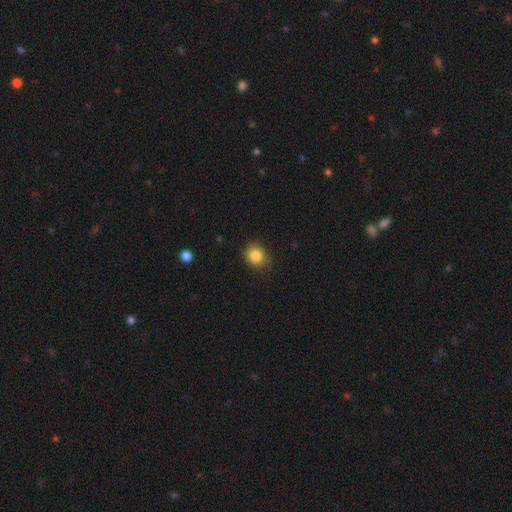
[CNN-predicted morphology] type=smooth (85%); roundness=round (69%); merging=none (83%).